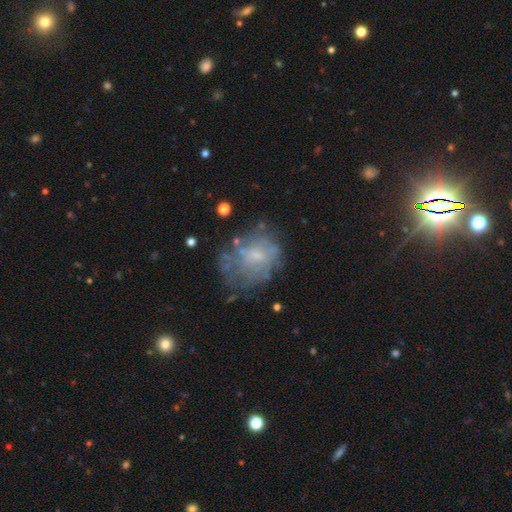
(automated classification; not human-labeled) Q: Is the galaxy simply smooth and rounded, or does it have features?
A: featured or disk — 48%.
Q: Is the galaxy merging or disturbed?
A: none — 50%.